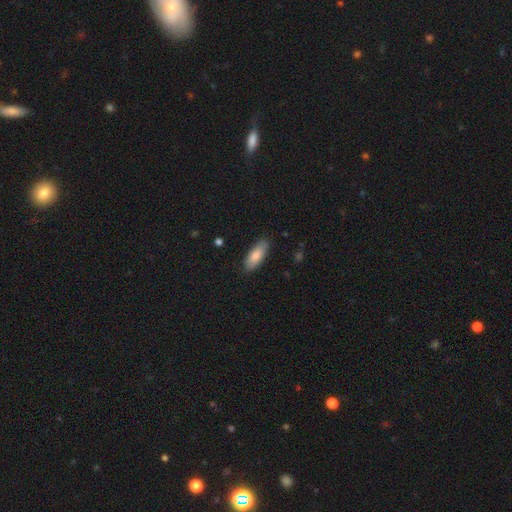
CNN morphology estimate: This is clearly a smooth galaxy (83%). How rounded: likely in between (74%). Merging: clearly none (85%).